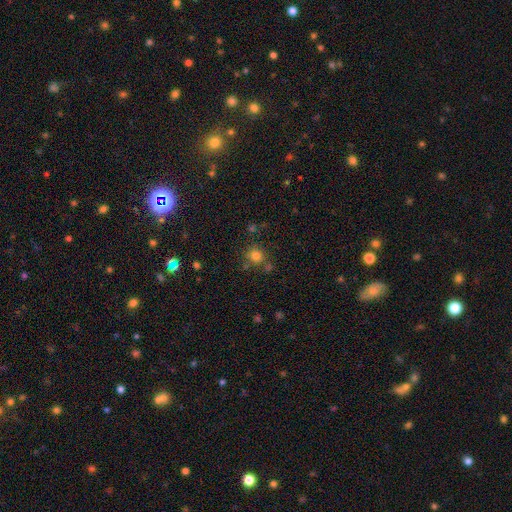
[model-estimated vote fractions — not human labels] Smooth or featured? Predicted: smooth (p=0.78). How rounded? Predicted: round (p=0.88). Merging? Predicted: none (p=0.75).